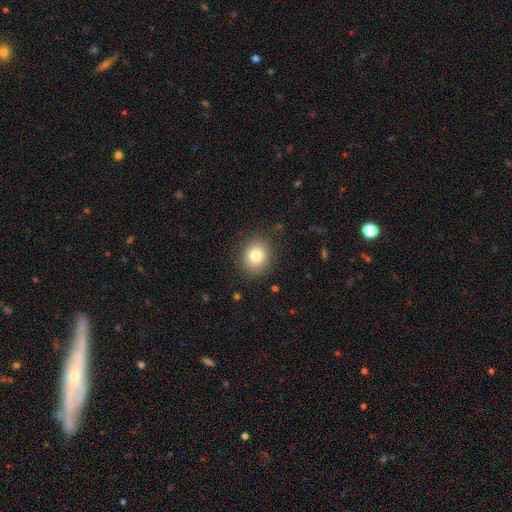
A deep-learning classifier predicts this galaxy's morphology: Overall: smooth (81%). How rounded: round (70%). Merging: none (87%).